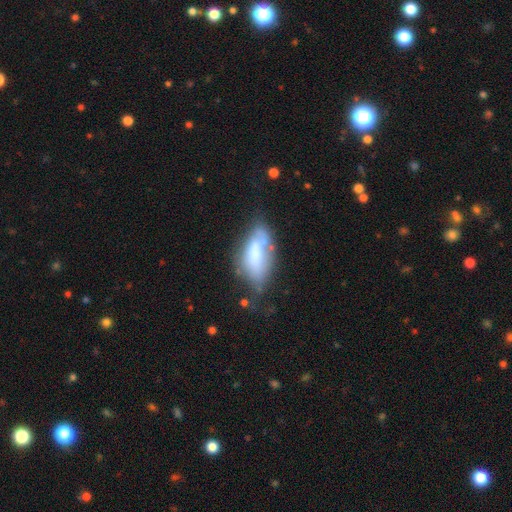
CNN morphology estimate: type=smooth (57%); roundness=in between (85%); merging=none (35%).